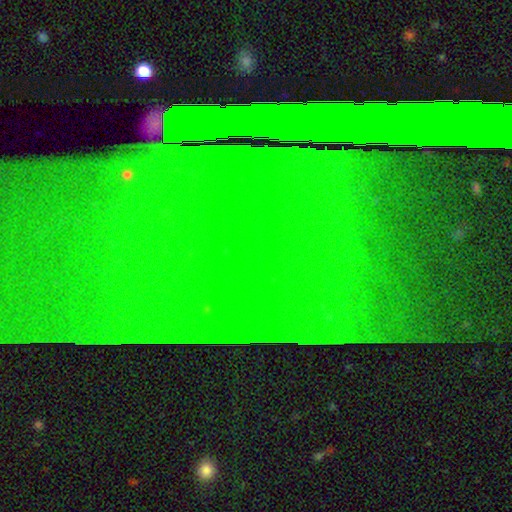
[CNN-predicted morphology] A star or artifact, not a galaxy (87%).